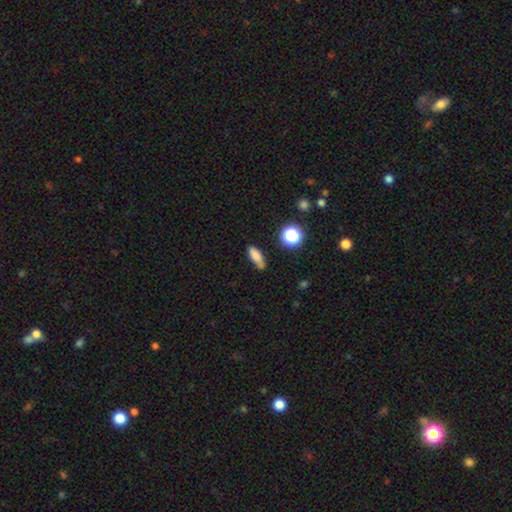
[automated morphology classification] Smooth or featured: smooth — 79% (star or artifact — 12%)
How rounded: in between — 63% (cigar-shaped — 30%)
Merging: none — 62% (minor disturbance — 25%)